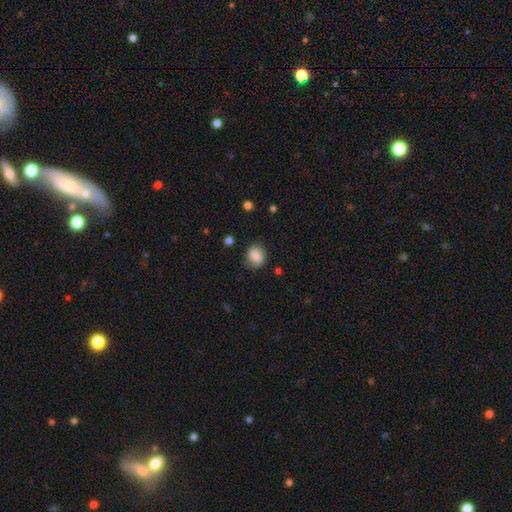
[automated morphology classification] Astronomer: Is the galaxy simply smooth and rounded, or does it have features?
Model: smooth — 81%.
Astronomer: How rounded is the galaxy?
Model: round — 63%.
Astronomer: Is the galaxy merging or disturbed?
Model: none — 70%.